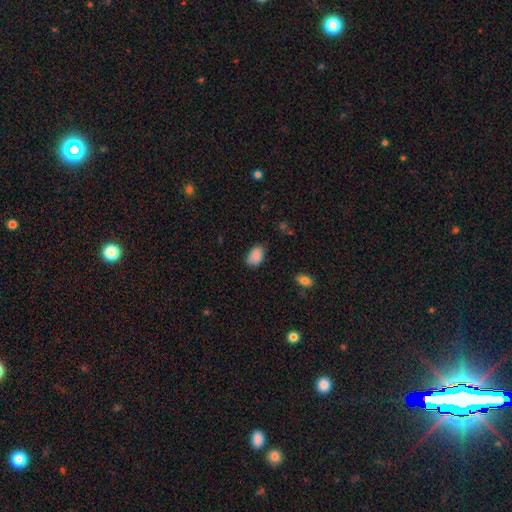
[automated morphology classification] smooth 87%, star or artifact 8%, featured or disk 5%. Down the decision tree: how rounded — in between (88%); merging — none (73%).